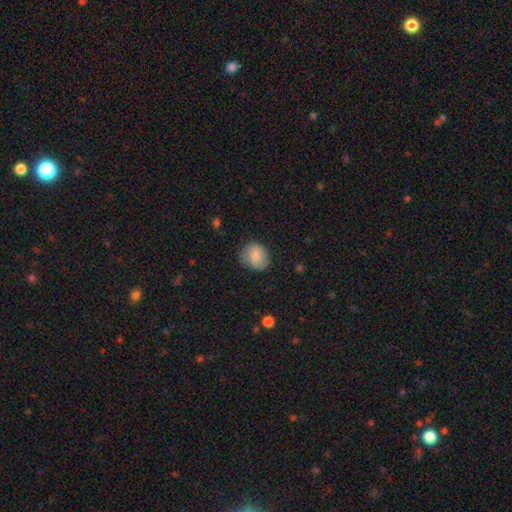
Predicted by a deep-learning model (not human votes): This is clearly a smooth galaxy (82%). How rounded: likely round (70%). Merging: likely none (77%).